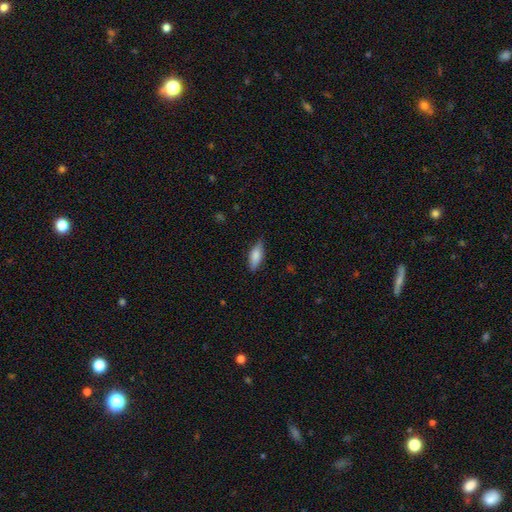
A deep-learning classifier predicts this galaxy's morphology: Smooth or featured? smooth (76%)
How rounded? in between (71%)
Merging? none (79%)